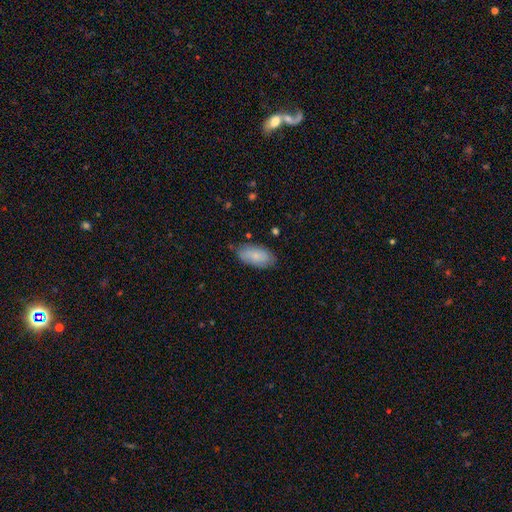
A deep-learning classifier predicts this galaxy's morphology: Smooth or featured: smooth — 80% (featured or disk — 14%)
How rounded: in between — 92% (cigar-shaped — 5%)
Merging: none — 78% (minor disturbance — 18%)